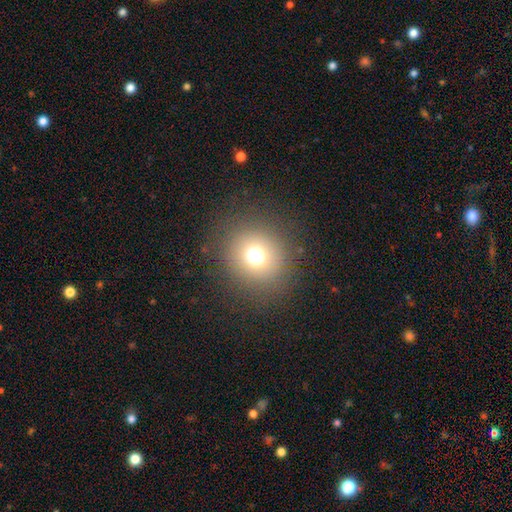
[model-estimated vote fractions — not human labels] smooth-or-featured: smooth: 70% | star or artifact: 20% | featured or disk: 10%
  how-rounded: round: 87% | in between: 12% | cigar-shaped: 1%
  merging: none: 87% | minor disturbance: 7% | major disturbance: 5% | merger: 1%